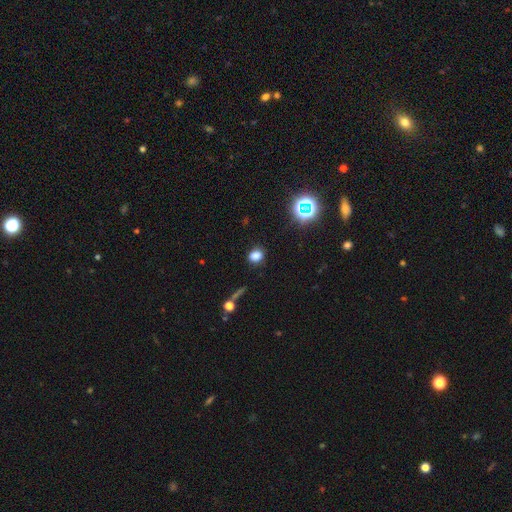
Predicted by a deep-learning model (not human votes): A smooth galaxy with no disk features (77%) that is in between round and cigar-shaped (54%). Merging: none (85%).